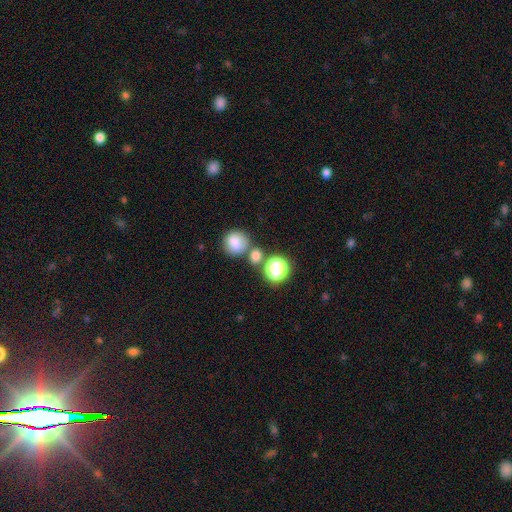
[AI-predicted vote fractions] This is likely a smooth galaxy (74%). How rounded: clearly round (82%). Merging: likely none (62%).